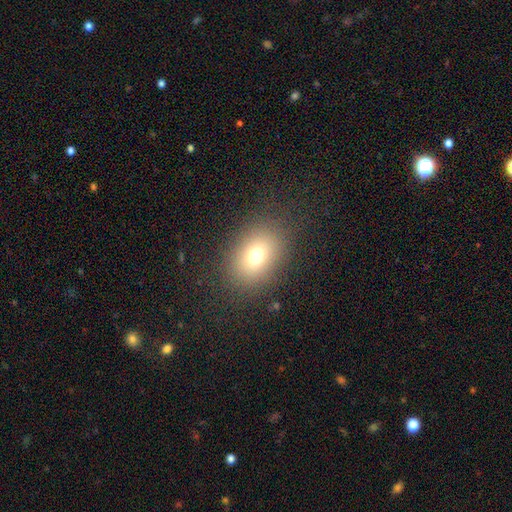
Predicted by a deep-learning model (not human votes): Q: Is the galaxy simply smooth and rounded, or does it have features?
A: smooth — 72%.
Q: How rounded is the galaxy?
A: in between — 67%.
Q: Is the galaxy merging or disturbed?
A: none — 82%.